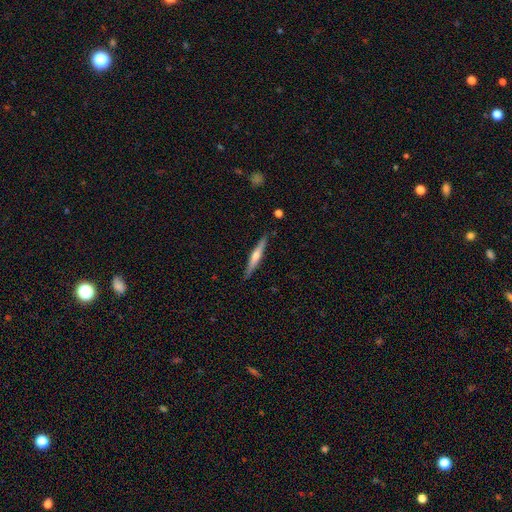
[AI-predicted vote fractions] smooth_or_featured: featured or disk (p=0.61) [alt: smooth p=0.33]
disk_edge_on: yes (p=0.97) [alt: no p=0.03]
edge_on_bulge: rounded (p=0.78) [alt: none p=0.13]
merging: none (p=0.90) [alt: minor disturbance p=0.08]